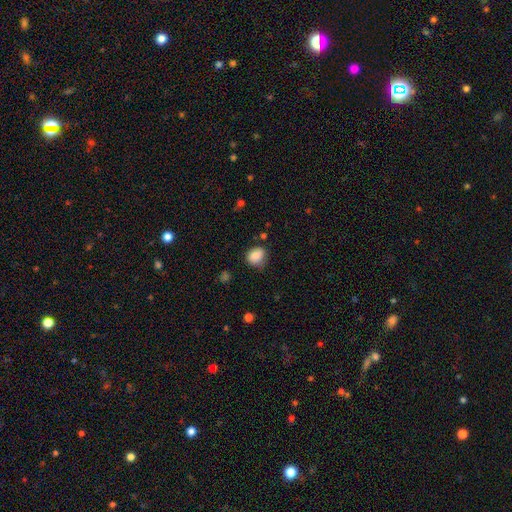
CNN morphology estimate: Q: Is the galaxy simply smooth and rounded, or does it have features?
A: smooth — 86%.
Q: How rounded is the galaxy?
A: round — 50%.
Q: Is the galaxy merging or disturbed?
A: none — 65%.